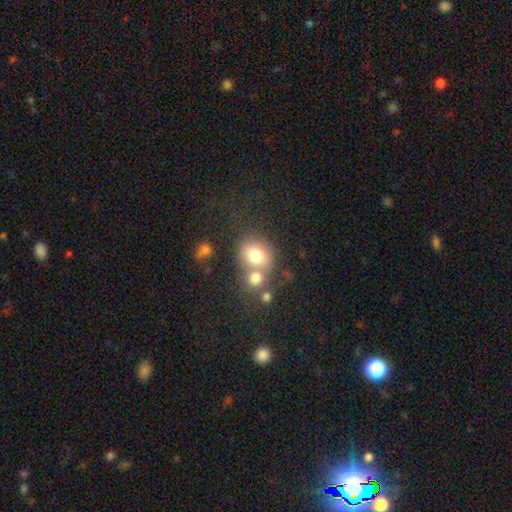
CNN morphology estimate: Q: Smooth or featured?
A: smooth (74%); runner-up: featured or disk (14%)
Q: How rounded?
A: round (70%); runner-up: in between (29%)
Q: Merging?
A: merger (44%); runner-up: none (42%)